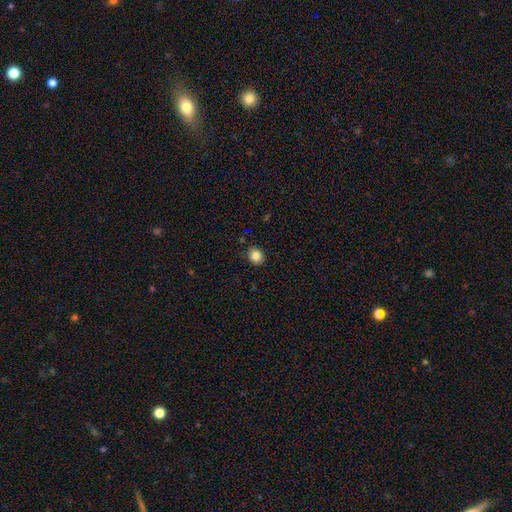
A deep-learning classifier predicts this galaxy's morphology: Q: Smooth or featured?
A: smooth (85%); runner-up: star or artifact (10%)
Q: How rounded?
A: round (72%); runner-up: in between (27%)
Q: Merging?
A: none (88%); runner-up: minor disturbance (8%)